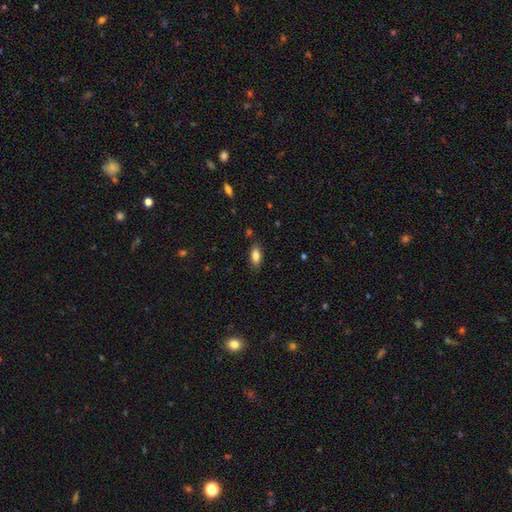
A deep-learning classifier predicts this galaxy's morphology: The model was most divided on "merging": none: 84%, minor disturbance: 12%, major disturbance: 3%, merger: 2%. More confident: how rounded — in between (85%); smooth or featured — smooth (84%).